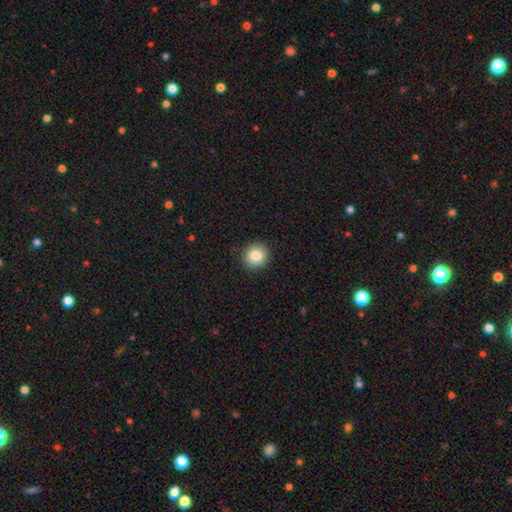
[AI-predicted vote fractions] Overall: smooth (84%). How rounded: round (89%). Merging: none (91%).